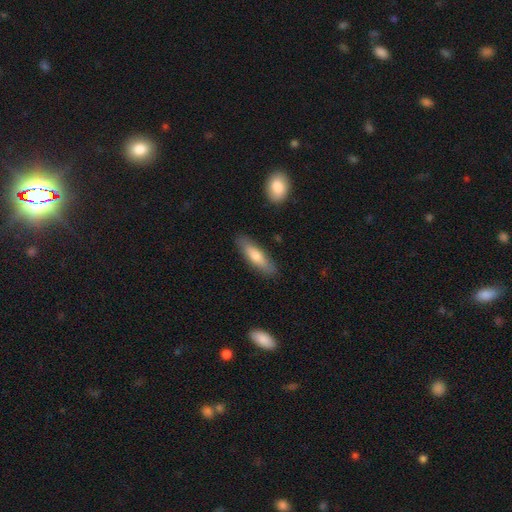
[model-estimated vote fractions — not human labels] Morphology: type=smooth (70%); roundness=cigar-shaped (65%); merging=none (86%).